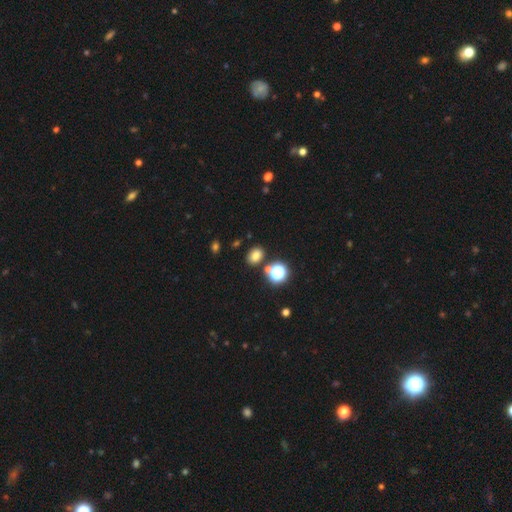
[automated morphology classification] Smooth or featured? Predicted: smooth (p=0.74). How rounded? Predicted: in between (p=0.57). Merging? Predicted: none (p=0.81).